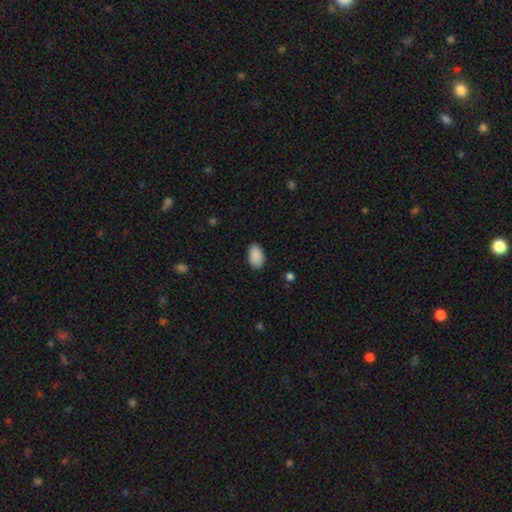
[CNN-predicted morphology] A smooth galaxy with no disk features (90%) that is in between round and cigar-shaped (93%).

Vote fractions:
- Smooth or featured? smooth: 90% / star or artifact: 7% / featured or disk: 3%
- How rounded? in between: 93% / round: 6% / cigar-shaped: 1%
- Merging? none: 87% / minor disturbance: 10% / major disturbance: 2% / merger: 1%